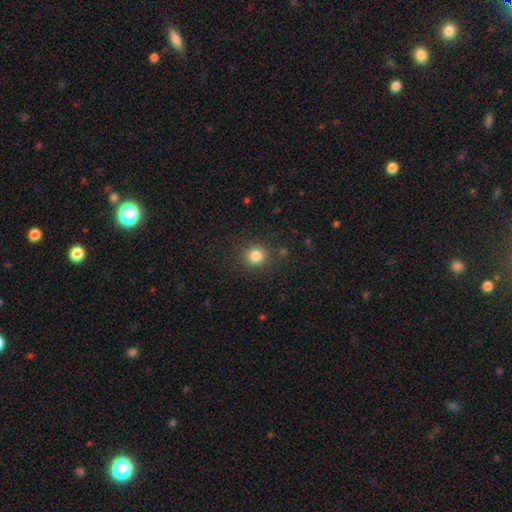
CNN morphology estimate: type=smooth (83%); roundness=round (91%); merging=none (88%).